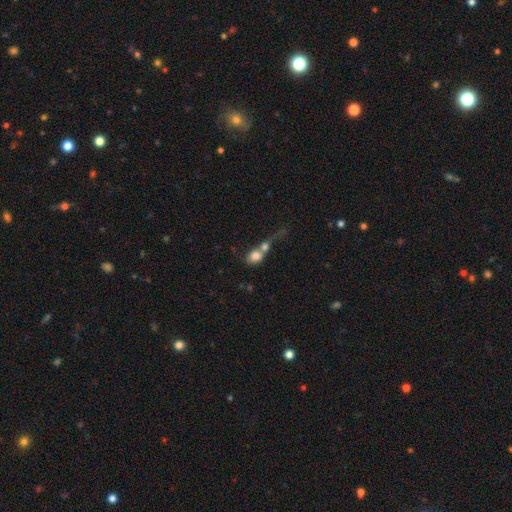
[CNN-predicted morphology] The model was most divided on "how rounded": round: 54%, in between: 42%, cigar-shaped: 3%. More confident: smooth or featured — smooth (74%); merging — merger (71%).